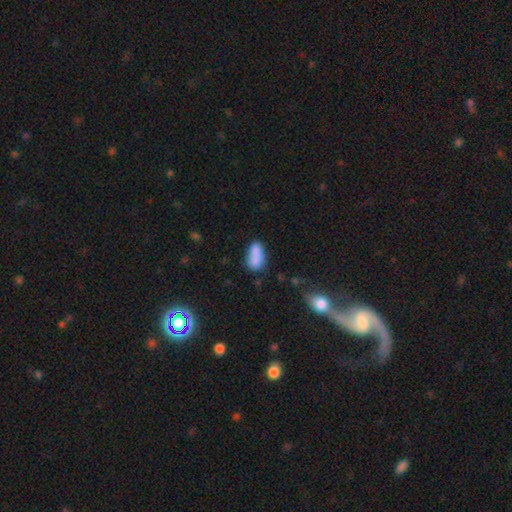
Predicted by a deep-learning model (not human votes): Smooth or featured? smooth (80%)
How rounded? in between (87%)
Merging? none (45%)